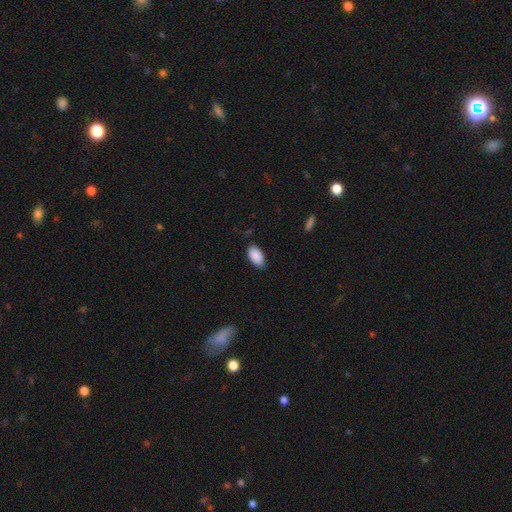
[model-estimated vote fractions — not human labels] smooth_or_featured: smooth (p=0.90) [alt: star or artifact p=0.07]
how_rounded: in between (p=0.95) [alt: round p=0.03]
merging: none (p=0.79) [alt: minor disturbance p=0.17]